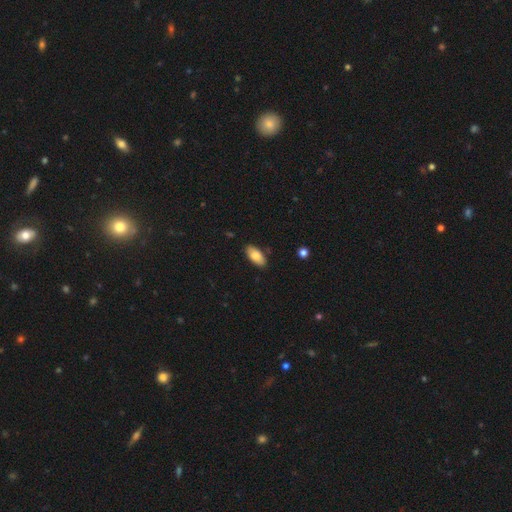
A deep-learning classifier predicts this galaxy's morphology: smooth 82%, featured or disk 12%, star or artifact 6%. Down the decision tree: how rounded — in between (91%); merging — none (85%).